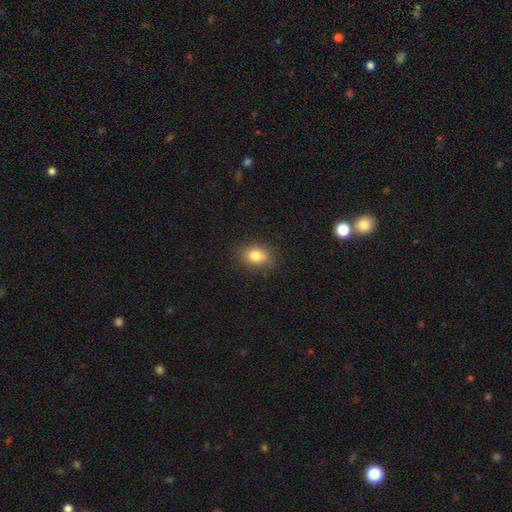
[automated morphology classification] Smooth or featured: smooth — 81% (star or artifact — 10%)
How rounded: in between — 61% (round — 38%)
Merging: none — 85% (minor disturbance — 11%)